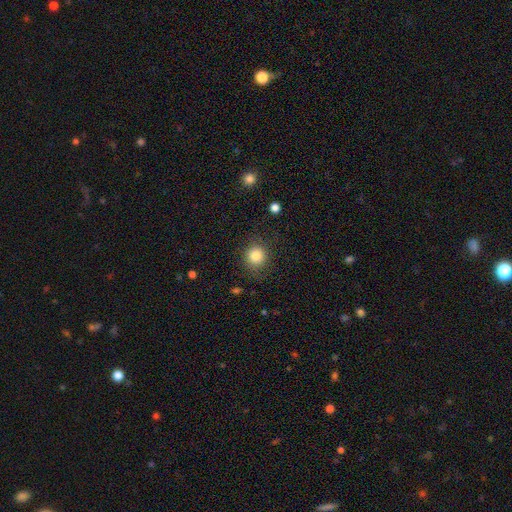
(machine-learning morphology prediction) Smooth or featured: smooth — 83% (star or artifact — 11%)
How rounded: round — 87% (in between — 12%)
Merging: none — 84% (minor disturbance — 11%)